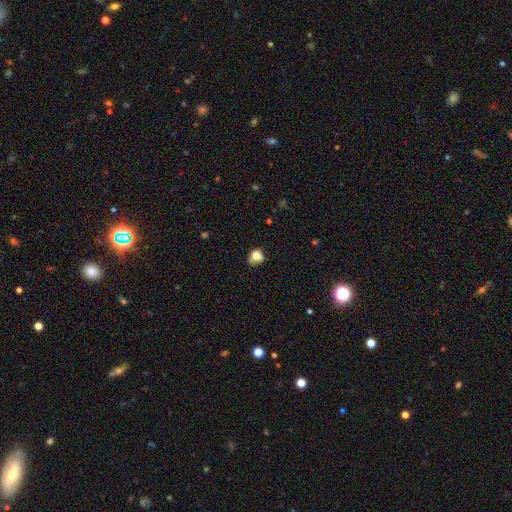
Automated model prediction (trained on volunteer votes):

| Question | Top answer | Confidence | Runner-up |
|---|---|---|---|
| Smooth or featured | smooth | 78% | star or artifact (11%) |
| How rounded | round | 69% | in between (30%) |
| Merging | none | 61% | minor disturbance (28%) |